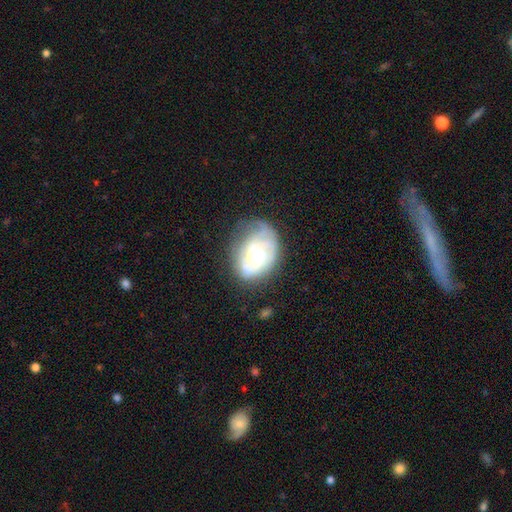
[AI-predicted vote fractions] Morphology: type=featured or disk (76%); edge-on=no (97%); bar=no (71%); spiral arms=yes (87%); winding=tight (50%); arm count=2 (39%); bulge=moderate (64%); merging=none (55%).